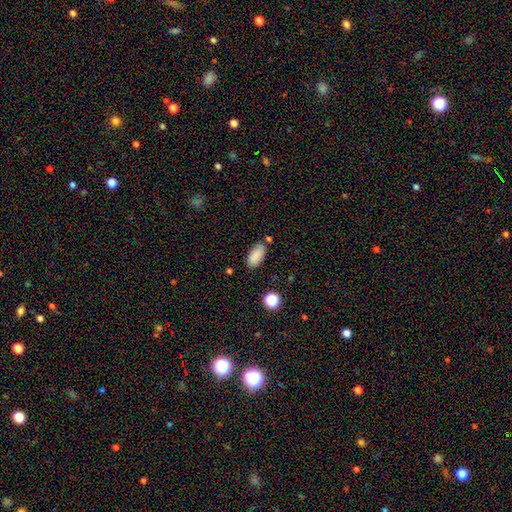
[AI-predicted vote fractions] Morphology: type=smooth (86%); roundness=in between (91%); merging=none (77%).